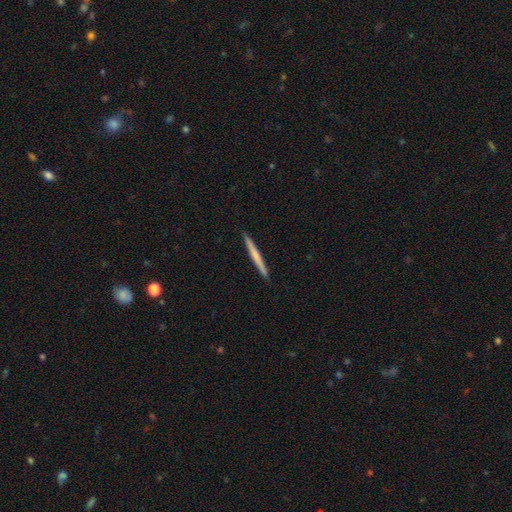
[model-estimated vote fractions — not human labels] The model was most divided on "smooth or featured": smooth: 56%, featured or disk: 38%, star or artifact: 5%. More confident: how rounded — cigar-shaped (97%); merging — none (93%).